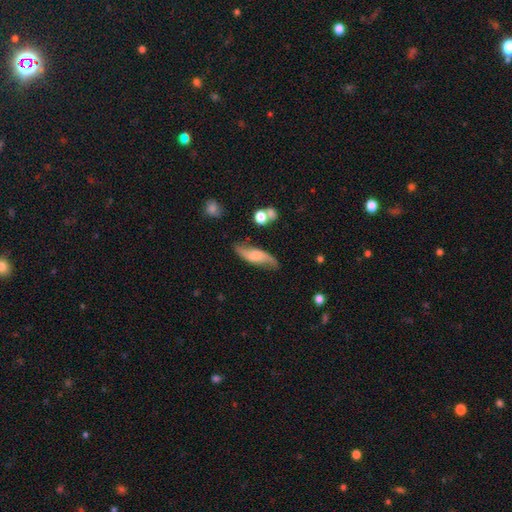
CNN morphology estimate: This is possibly a featured or disk galaxy (57%). It is likely not viewed edge-on (78%). Merging: likely none (70%).